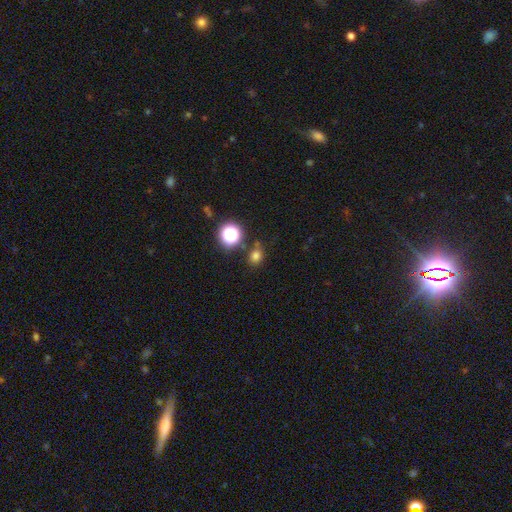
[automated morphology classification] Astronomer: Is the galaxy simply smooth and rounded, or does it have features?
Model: smooth — 74%.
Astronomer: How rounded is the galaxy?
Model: round — 68%.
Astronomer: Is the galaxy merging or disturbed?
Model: none — 72%.